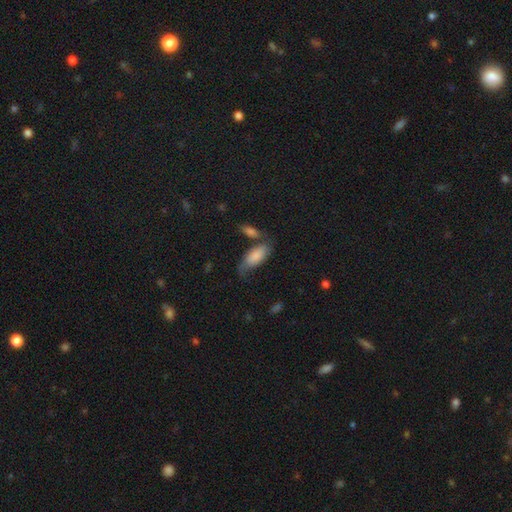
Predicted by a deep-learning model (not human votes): Q: Smooth or featured?
A: smooth (81%); runner-up: featured or disk (13%)
Q: How rounded?
A: in between (87%); runner-up: cigar-shaped (11%)
Q: Merging?
A: none (46%); runner-up: minor disturbance (27%)